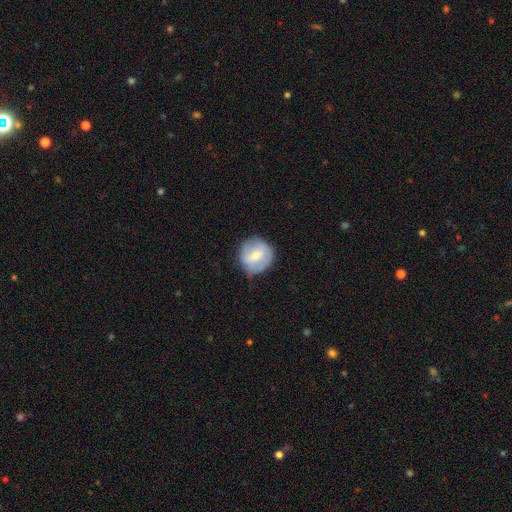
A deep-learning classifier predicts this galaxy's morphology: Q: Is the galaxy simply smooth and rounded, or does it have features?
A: smooth — 57%.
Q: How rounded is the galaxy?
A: round — 89%.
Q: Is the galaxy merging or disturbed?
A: none — 70%.